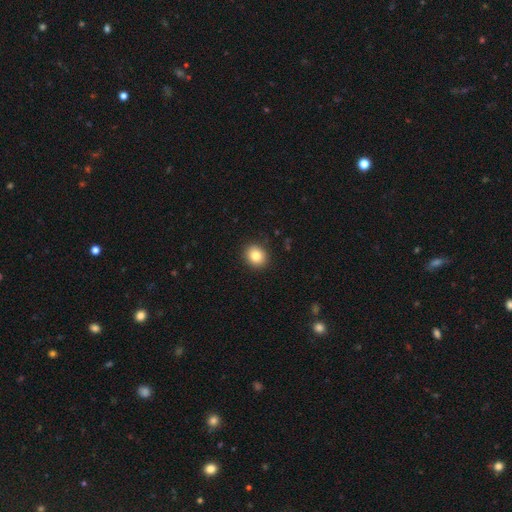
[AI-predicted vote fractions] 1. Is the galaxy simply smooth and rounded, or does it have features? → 82% smooth, 10% star or artifact, 8% featured or disk.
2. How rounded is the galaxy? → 75% round, 24% in between, 1% cigar-shaped.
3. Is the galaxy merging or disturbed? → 90% none, 7% minor disturbance, 2% major disturbance, 1% merger.